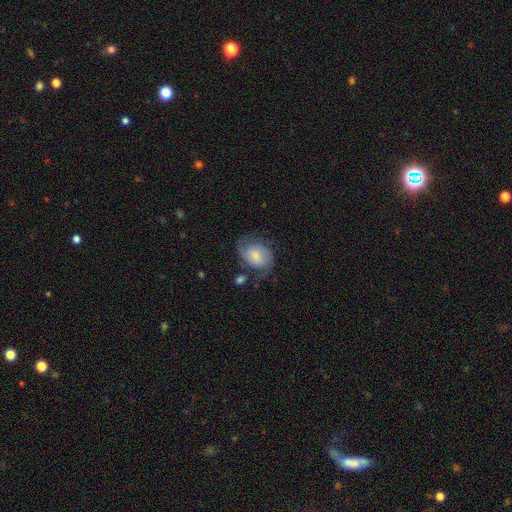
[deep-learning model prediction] This appears to be a featured or disk galaxy (57%) with no bar (66%), spiral arms (89%) and a small central bulge (44%). Merging: none (54%).